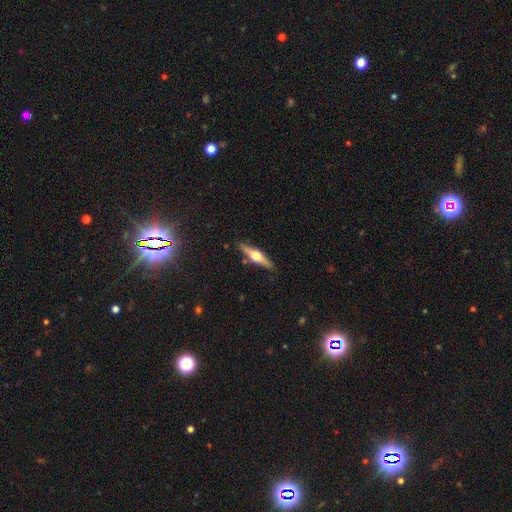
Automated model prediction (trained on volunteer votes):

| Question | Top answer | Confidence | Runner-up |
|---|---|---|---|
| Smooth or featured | featured or disk | 65% | smooth (29%) |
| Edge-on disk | yes | 96% | no (4%) |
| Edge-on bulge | rounded | 94% | boxy (4%) |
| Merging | none | 87% | minor disturbance (9%) |